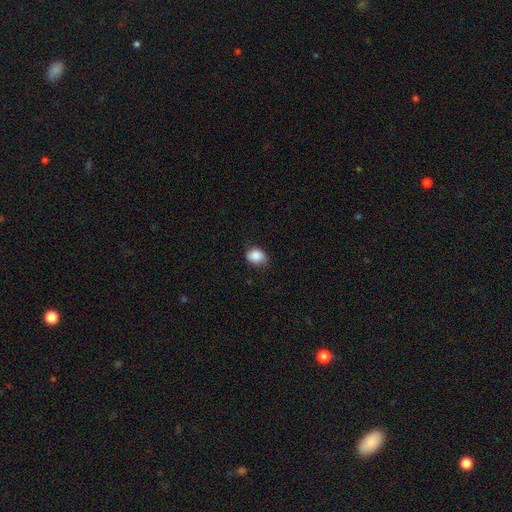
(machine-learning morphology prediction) A smooth galaxy with no disk features (86%) that is in between round and cigar-shaped (52%).

Vote fractions:
- Smooth or featured? smooth: 86% / star or artifact: 8% / featured or disk: 6%
- How rounded? in between: 52% / round: 47% / cigar-shaped: 1%
- Merging? none: 66% / minor disturbance: 27% / major disturbance: 5% / merger: 1%